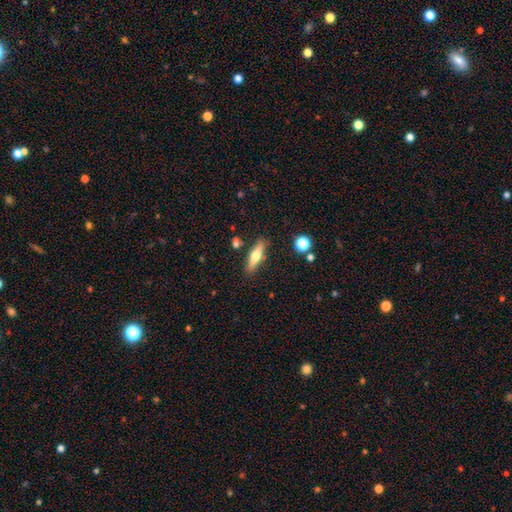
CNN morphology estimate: smooth-or-featured: smooth: 54% | featured or disk: 40% | star or artifact: 7%
  how-rounded: cigar-shaped: 67% | in between: 30% | round: 3%
  merging: none: 83% | minor disturbance: 10% | merger: 4% | major disturbance: 3%